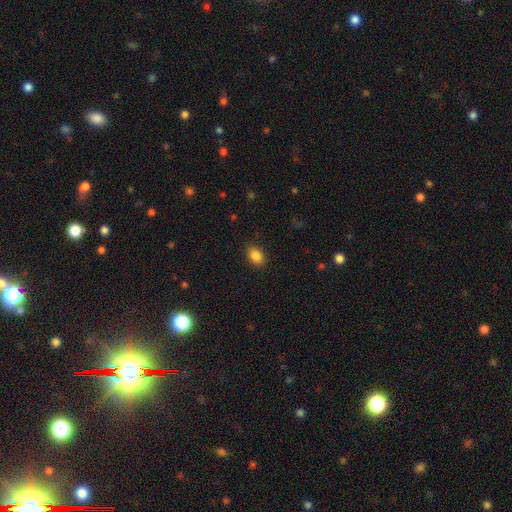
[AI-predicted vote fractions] Smooth or featured: smooth — 86% (star or artifact — 9%)
How rounded: in between — 82% (round — 17%)
Merging: none — 88% (minor disturbance — 8%)